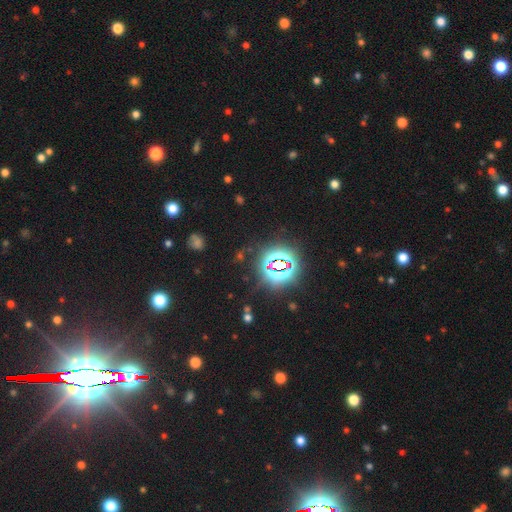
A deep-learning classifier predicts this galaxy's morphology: star or artifact 82%, smooth 10%, featured or disk 8%.